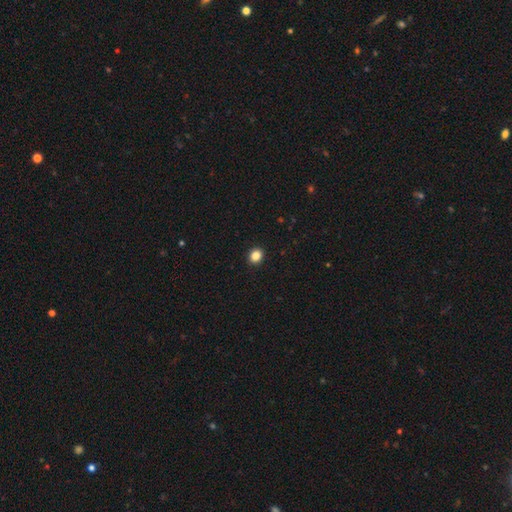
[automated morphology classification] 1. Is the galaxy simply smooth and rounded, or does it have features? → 86% smooth, 11% star or artifact, 3% featured or disk.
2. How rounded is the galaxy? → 68% round, 31% in between, 1% cigar-shaped.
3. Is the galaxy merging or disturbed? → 93% none, 5% minor disturbance, 2% major disturbance, 1% merger.